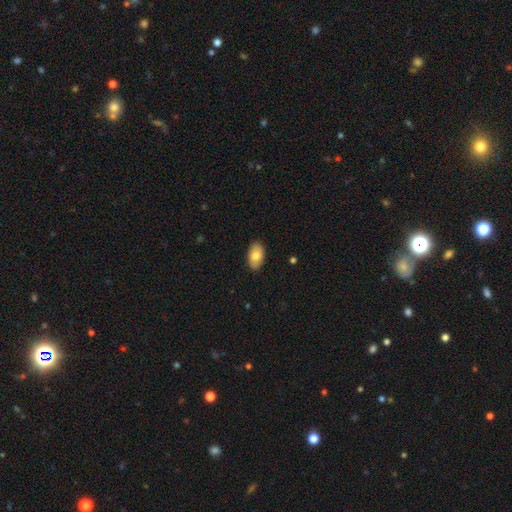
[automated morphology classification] Smooth or featured?
  - smooth: 79% *
  - featured or disk: 15%
  - star or artifact: 6%
How rounded?
  - in between: 94% *
  - round: 5%
  - cigar-shaped: 2%
Merging?
  - none: 88% *
  - minor disturbance: 9%
  - major disturbance: 2%
  - merger: 1%